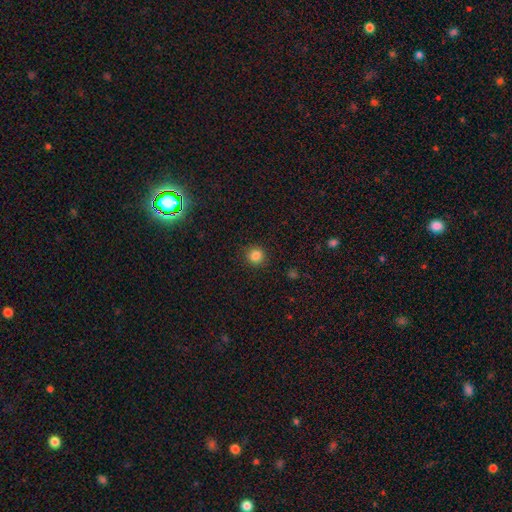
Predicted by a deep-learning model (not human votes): Smooth or featured?
  - smooth: 84% *
  - star or artifact: 12%
  - featured or disk: 4%
How rounded?
  - round: 93% *
  - in between: 6%
  - cigar-shaped: 1%
Merging?
  - none: 91% *
  - minor disturbance: 6%
  - major disturbance: 2%
  - merger: 1%